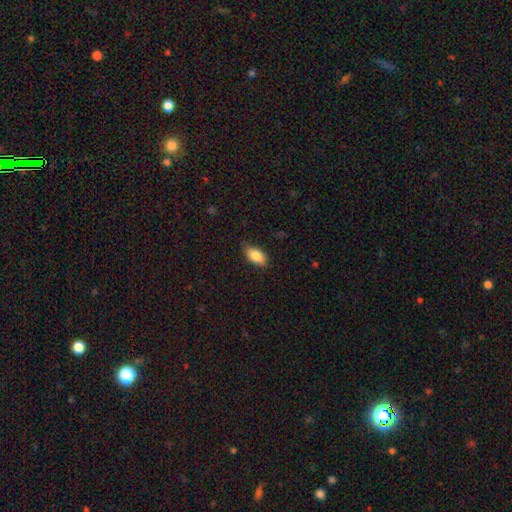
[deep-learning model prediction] A smooth galaxy with no disk features (85%) that is in between round and cigar-shaped (90%).

Vote fractions:
- Smooth or featured? smooth: 85% / featured or disk: 8% / star or artifact: 7%
- How rounded? in between: 90% / cigar-shaped: 6% / round: 4%
- Merging? none: 81% / minor disturbance: 15% / major disturbance: 3% / merger: 1%